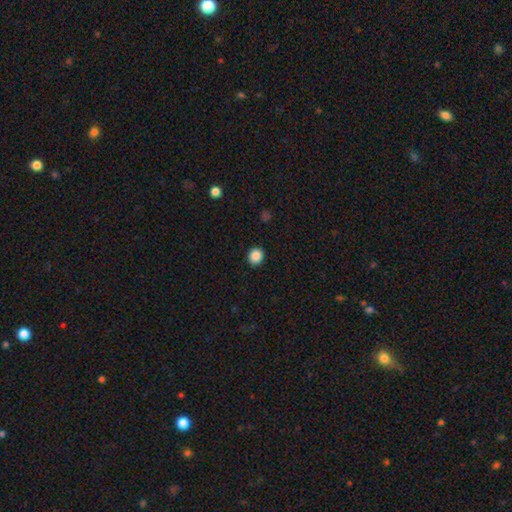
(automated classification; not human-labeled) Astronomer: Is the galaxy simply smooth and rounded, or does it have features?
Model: smooth — 88%.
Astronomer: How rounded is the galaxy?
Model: round — 84%.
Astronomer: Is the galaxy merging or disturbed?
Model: none — 91%.